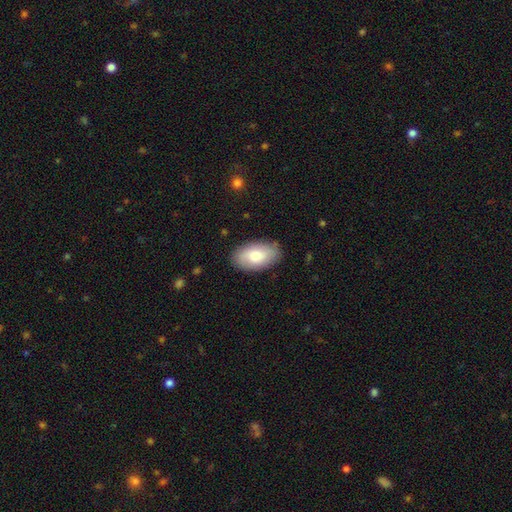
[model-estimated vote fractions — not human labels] This is likely a smooth galaxy (77%). How rounded: clearly in between (95%). Merging: clearly none (85%).